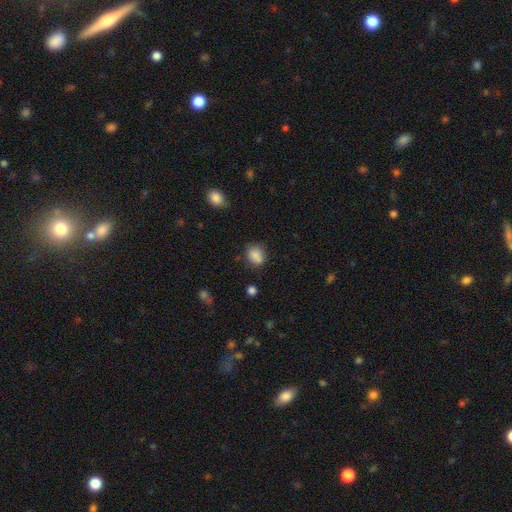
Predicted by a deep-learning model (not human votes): Morphology: type=smooth (83%); roundness=round (59%); merging=none (66%).